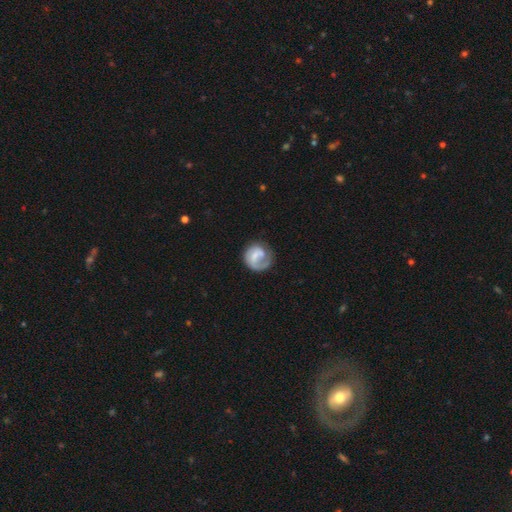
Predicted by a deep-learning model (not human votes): This appears to be a featured or disk galaxy (51%) with no bar (52%), spiral arms (75%) and no central bulge (37%). Merging: none (55%).